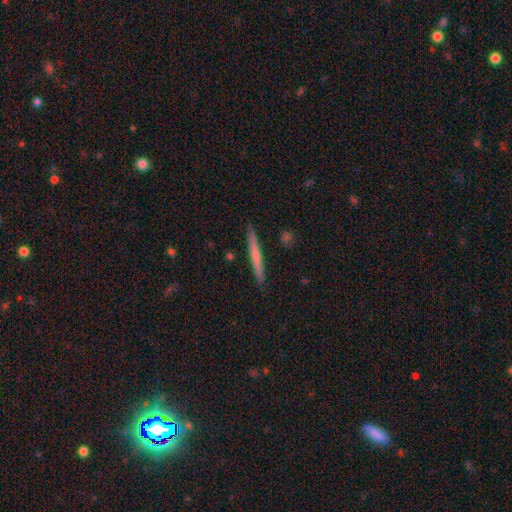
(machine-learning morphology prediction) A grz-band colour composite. It shows a smooth galaxy with no disk features (48%). Merging: none (91%).